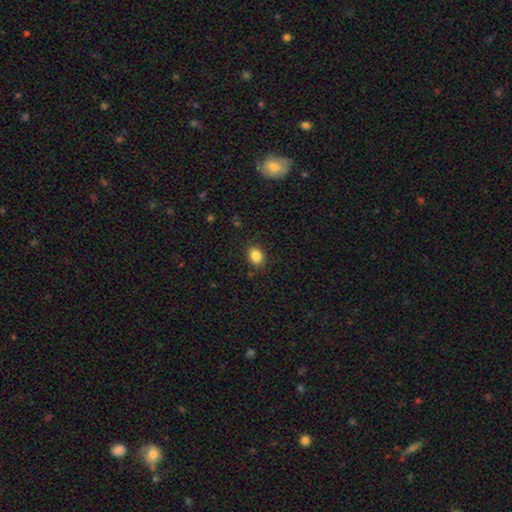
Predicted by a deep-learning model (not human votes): Smooth or featured? Predicted: smooth (p=0.85). How rounded? Predicted: in between (p=0.59). Merging? Predicted: none (p=0.87).